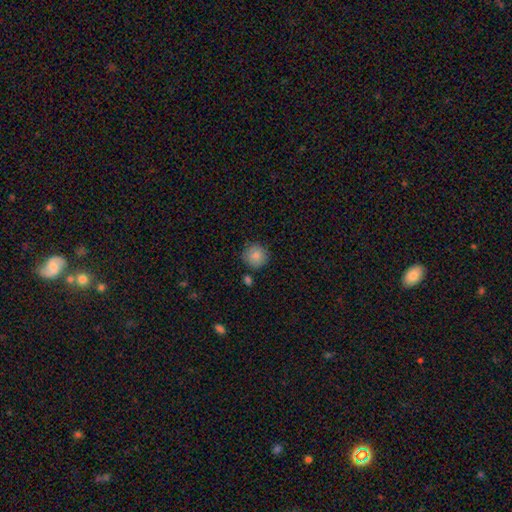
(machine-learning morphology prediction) A smooth galaxy with no disk features (86%) that is round (93%).

Vote fractions:
- Smooth or featured? smooth: 86% / star or artifact: 8% / featured or disk: 6%
- How rounded? round: 93% / in between: 6% / cigar-shaped: 1%
- Merging? none: 83% / minor disturbance: 10% / merger: 4% / major disturbance: 2%